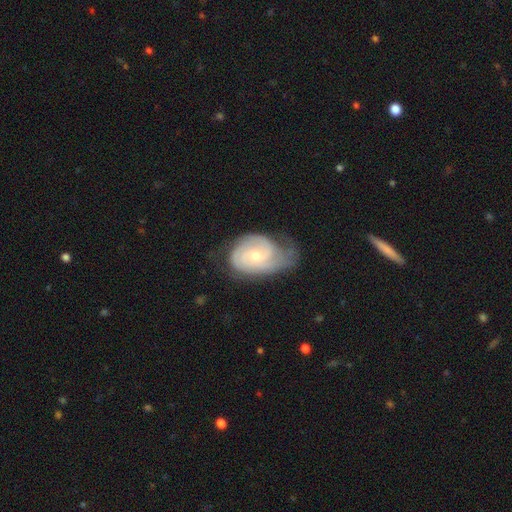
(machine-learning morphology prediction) smooth_or_featured: featured or disk (p=0.78) [alt: smooth p=0.16]
disk_edge_on: no (p=0.97) [alt: yes p=0.03]
bar: no (p=0.65) [alt: weak p=0.30]
has_spiral_arms: yes (p=0.94) [alt: no p=0.06]
spiral_winding: tight (p=0.59) [alt: medium p=0.32]
spiral_arm_count: 2 (p=0.42) [alt: can't tell p=0.28]
bulge_size: small (p=0.50) [alt: moderate p=0.46]
merging: none (p=0.48) [alt: minor disturbance p=0.33]